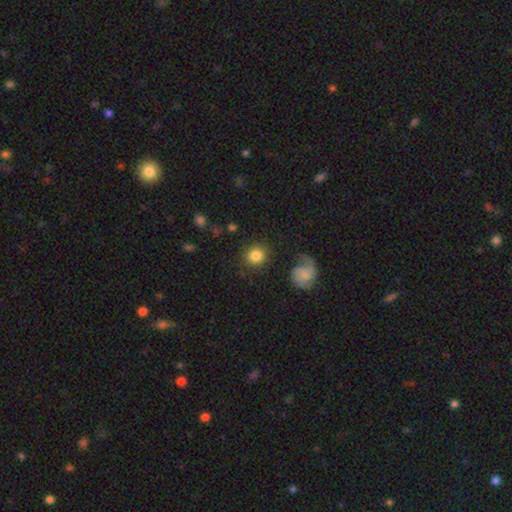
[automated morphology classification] This appears to be a smooth galaxy with no disk features (82%) that is round (90%). Merging: none (85%).